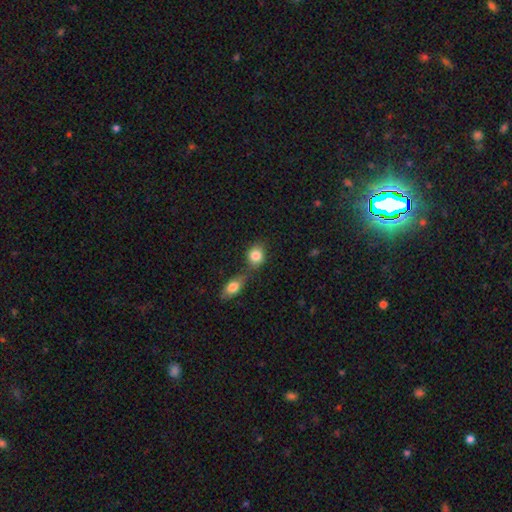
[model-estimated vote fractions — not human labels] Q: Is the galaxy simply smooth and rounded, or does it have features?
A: smooth — 83%.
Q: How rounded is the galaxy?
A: round — 67%.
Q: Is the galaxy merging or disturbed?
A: none — 46%.